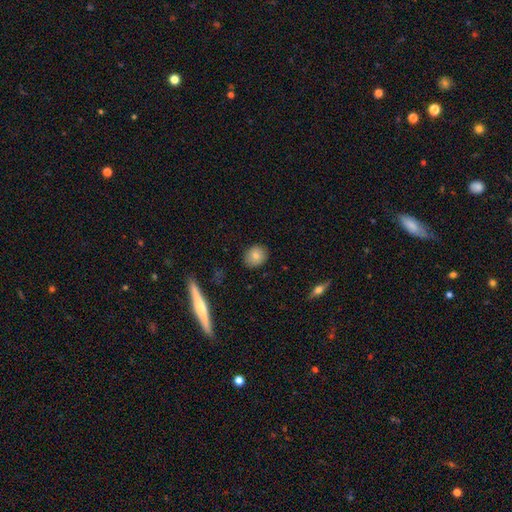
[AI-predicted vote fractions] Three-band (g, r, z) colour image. It shows a smooth galaxy with no disk features (77%) that is round (76%). Merging: none (87%).